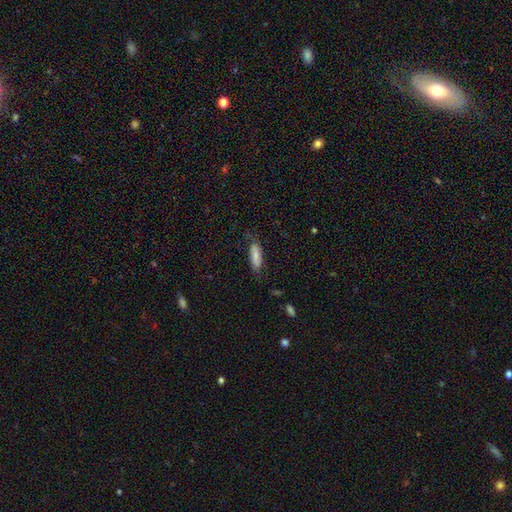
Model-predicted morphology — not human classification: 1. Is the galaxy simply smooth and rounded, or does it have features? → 75% smooth, 18% featured or disk, 7% star or artifact.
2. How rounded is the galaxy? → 60% in between, 38% cigar-shaped, 2% round.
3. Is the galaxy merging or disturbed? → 69% none, 22% minor disturbance, 7% major disturbance, 2% merger.